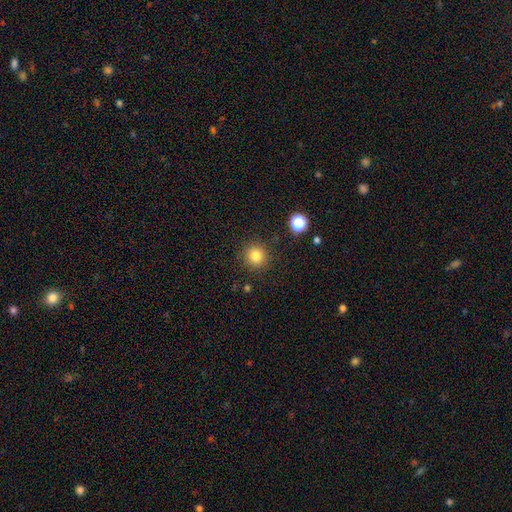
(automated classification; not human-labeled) This appears to be a smooth galaxy with no disk features (81%) that is round (93%). Merging: none (88%).